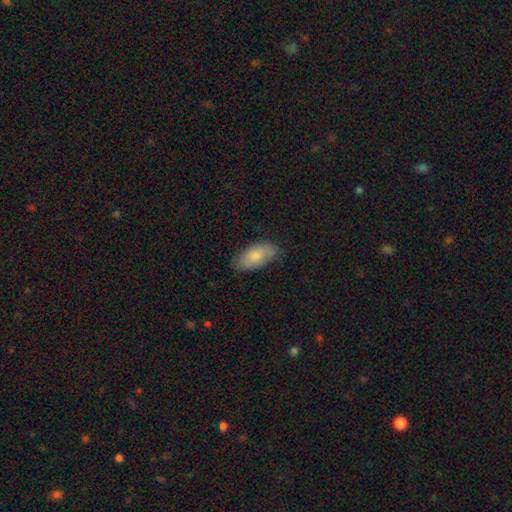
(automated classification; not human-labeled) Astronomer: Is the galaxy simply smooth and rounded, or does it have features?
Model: smooth — 78%.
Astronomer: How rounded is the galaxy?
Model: in between — 92%.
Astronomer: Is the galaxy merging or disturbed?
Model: none — 74%.